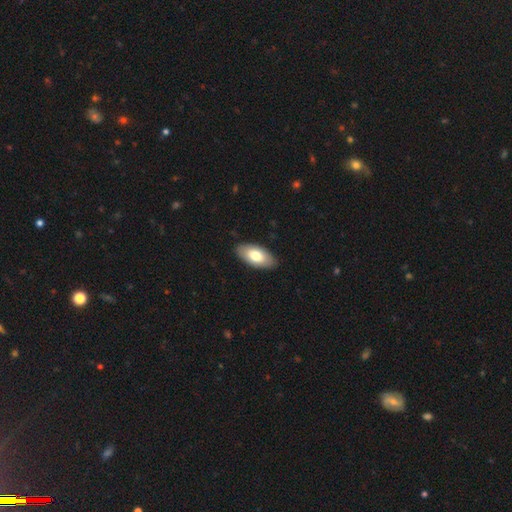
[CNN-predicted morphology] Smooth or featured? smooth (73%)
How rounded? in between (93%)
Merging? none (88%)